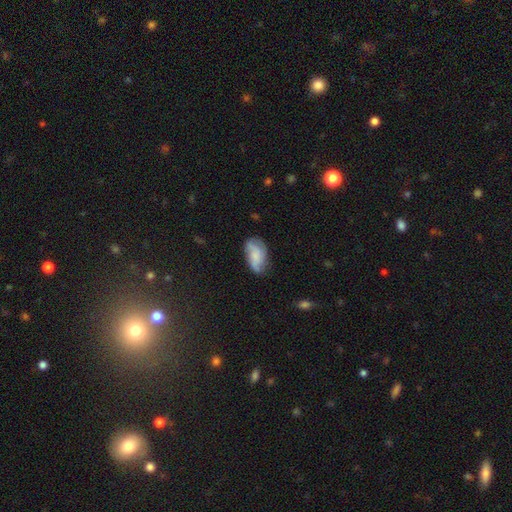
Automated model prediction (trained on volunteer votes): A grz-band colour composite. It shows a smooth galaxy with no disk features (54%) that is in between round and cigar-shaped (91%). Merging: none (55%).